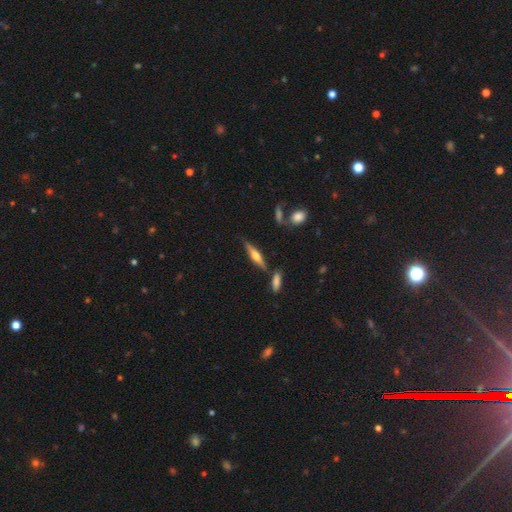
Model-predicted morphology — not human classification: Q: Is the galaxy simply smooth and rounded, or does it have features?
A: featured or disk — 64%.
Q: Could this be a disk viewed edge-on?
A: yes — 96%.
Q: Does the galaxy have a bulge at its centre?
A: rounded — 88%.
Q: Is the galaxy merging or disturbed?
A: none — 77%.